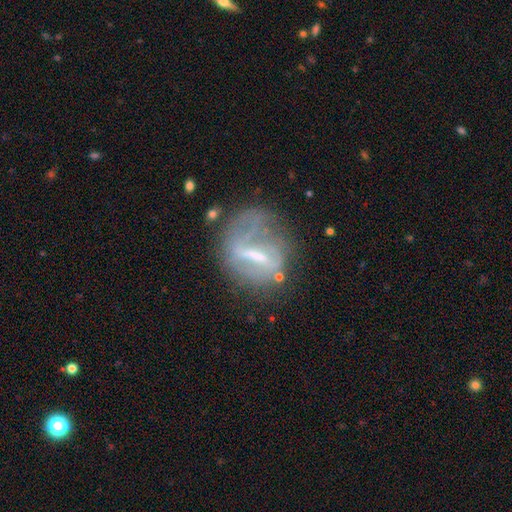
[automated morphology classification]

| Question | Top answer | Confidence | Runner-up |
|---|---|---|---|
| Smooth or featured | featured or disk | 65% | smooth (24%) |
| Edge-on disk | no | 87% | yes (13%) |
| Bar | strong | 58% | weak (29%) |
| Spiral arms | no | 65% | yes (35%) |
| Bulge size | small | 35% | moderate (33%) |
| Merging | none | 48% | major disturbance (25%) |